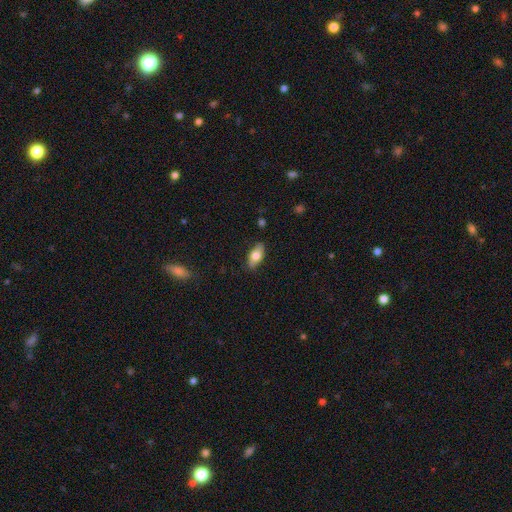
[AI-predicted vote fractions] This is likely a smooth galaxy (67%). How rounded: clearly in between (84%). Merging: clearly none (82%).